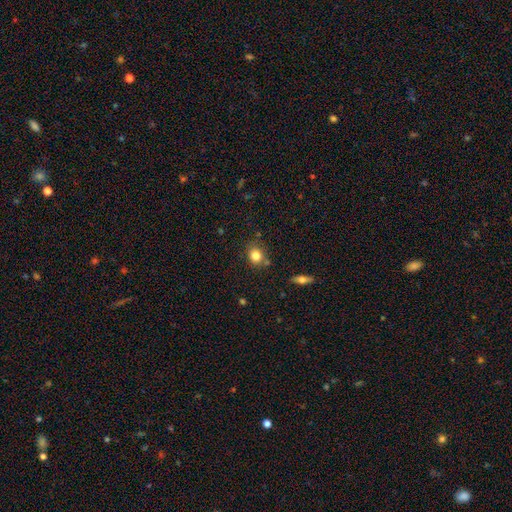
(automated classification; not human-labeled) smooth-or-featured: smooth: 81% | star or artifact: 11% | featured or disk: 9%
  how-rounded: round: 73% | in between: 25% | cigar-shaped: 1%
  merging: none: 74% | minor disturbance: 14% | merger: 9% | major disturbance: 3%